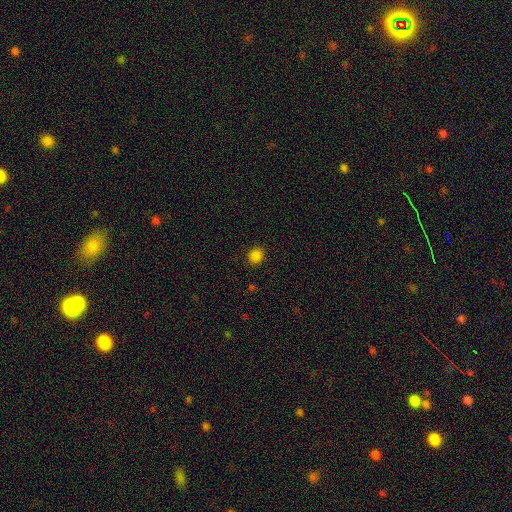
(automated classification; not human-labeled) Morphology: type=smooth (83%); roundness=round (85%); merging=none (90%).